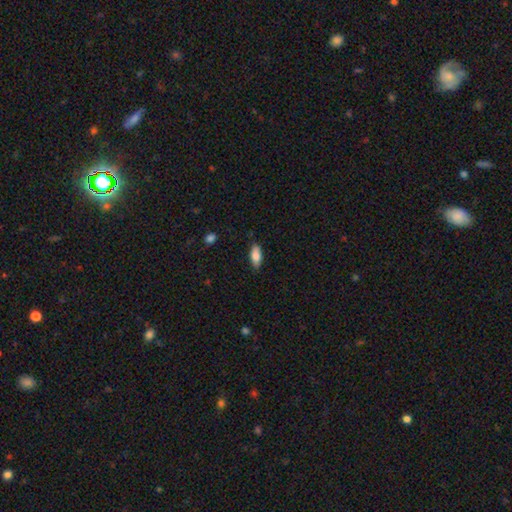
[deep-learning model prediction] Overall: smooth (81%). How rounded: in between (83%). Merging: none (83%).